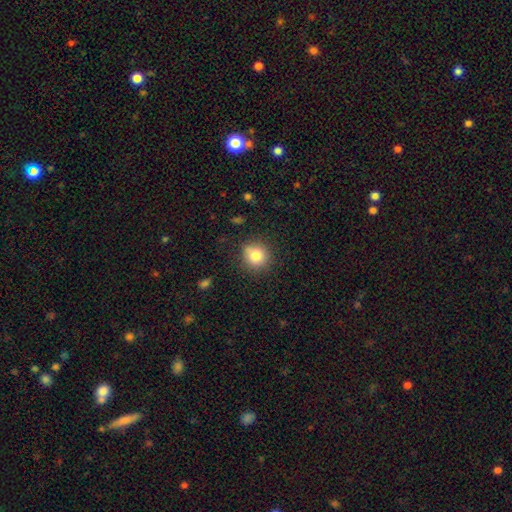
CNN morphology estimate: smooth-or-featured: smooth: 81% | star or artifact: 11% | featured or disk: 8%
  how-rounded: round: 89% | in between: 10% | cigar-shaped: 1%
  merging: none: 82% | minor disturbance: 13% | major disturbance: 3% | merger: 2%